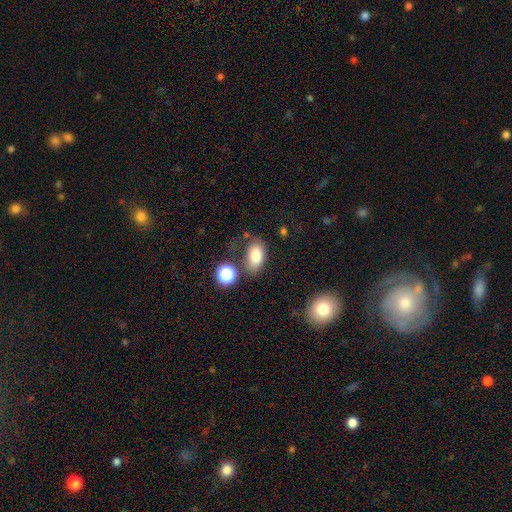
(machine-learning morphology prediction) Overall: smooth (81%). How rounded: in between (90%). Merging: none (61%; minor disturbance 21%).